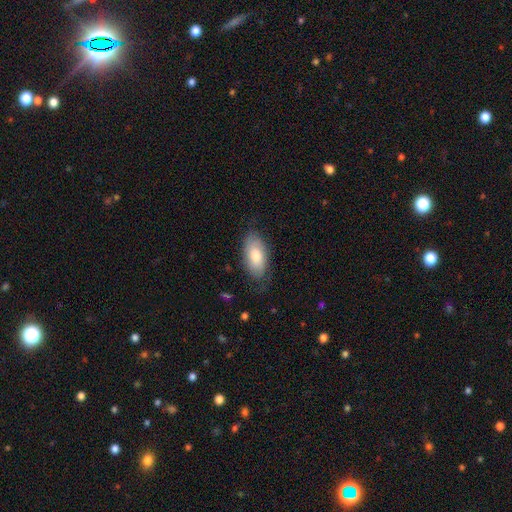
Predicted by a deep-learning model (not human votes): smooth 72%, featured or disk 23%, star or artifact 6%. Down the decision tree: how rounded — in between (92%); merging — none (71%).